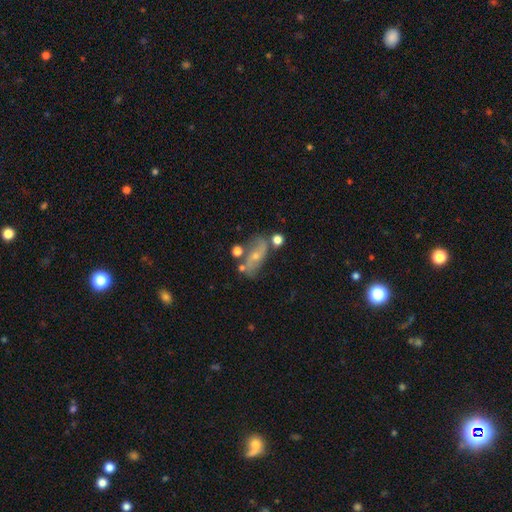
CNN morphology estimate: Smooth or featured? Predicted: featured or disk (p=0.66). Edge-on disk? Predicted: no (p=0.93). Bar? Predicted: no (p=0.58). Spiral arms? Predicted: yes (p=0.84). Spiral winding? Predicted: loose (p=0.61). Spiral arm count? Predicted: 2 (p=0.86). Bulge size? Predicted: small (p=0.64). Merging? Predicted: none (p=0.55).